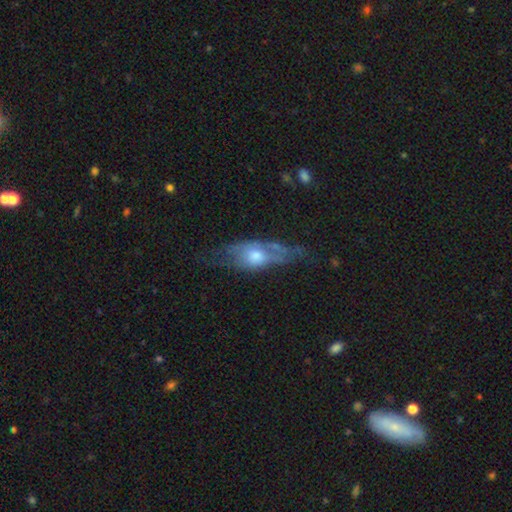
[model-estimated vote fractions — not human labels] Morphology: type=featured or disk (55%); edge-on=no (65%); merging=none (43%).